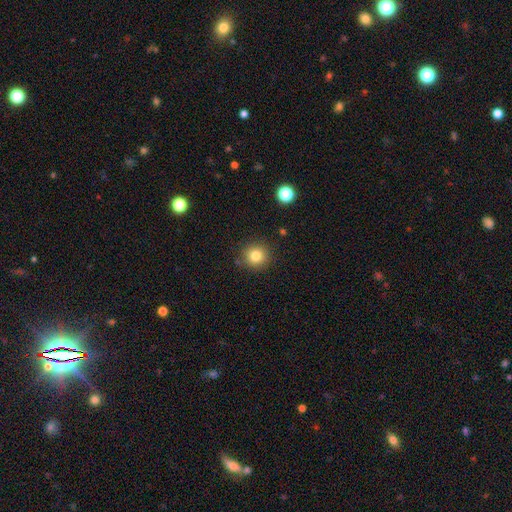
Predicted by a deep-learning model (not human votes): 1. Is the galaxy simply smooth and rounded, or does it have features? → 82% smooth, 12% star or artifact, 7% featured or disk.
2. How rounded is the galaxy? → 93% round, 6% in between, 1% cigar-shaped.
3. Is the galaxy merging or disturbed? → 87% none, 8% minor disturbance, 2% major disturbance, 2% merger.